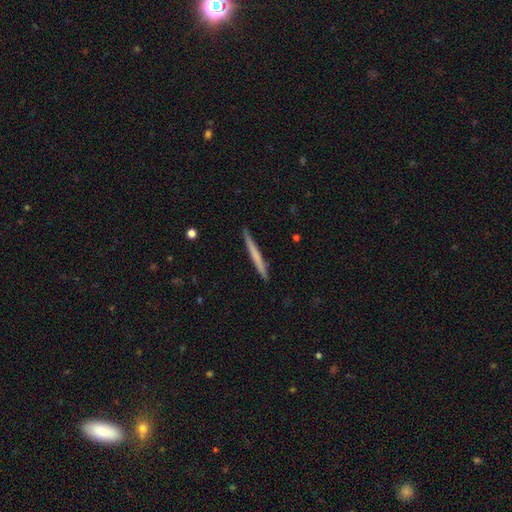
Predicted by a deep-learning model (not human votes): Smooth or featured? smooth (59%)
How rounded? cigar-shaped (97%)
Merging? none (91%)